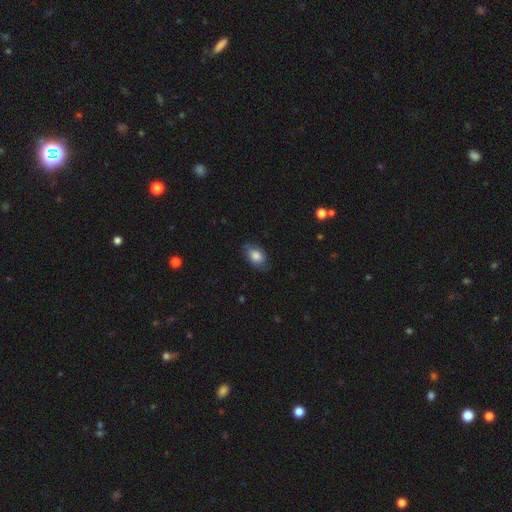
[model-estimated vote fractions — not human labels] Smooth or featured? Predicted: smooth (p=0.76). How rounded? Predicted: in between (p=0.85). Merging? Predicted: none (p=0.71).